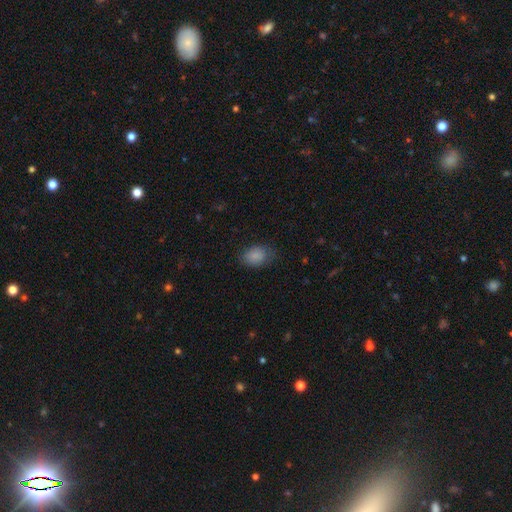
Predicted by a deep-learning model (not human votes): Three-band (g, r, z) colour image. It shows a smooth galaxy with no disk features (86%) that is in between round and cigar-shaped (81%). Merging: none (70%).